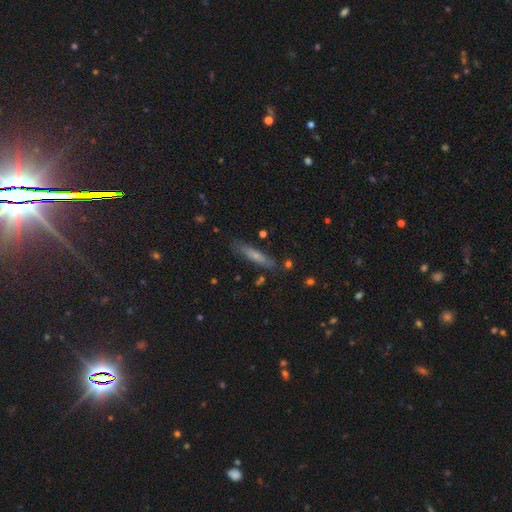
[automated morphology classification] A smooth galaxy with no disk features (59%) that is cigar-shaped (87%).

Vote fractions:
- Smooth or featured? smooth: 59% / featured or disk: 34% / star or artifact: 8%
- How rounded? cigar-shaped: 87% / in between: 11% / round: 2%
- Merging? none: 82% / minor disturbance: 13% / merger: 3% / major disturbance: 3%